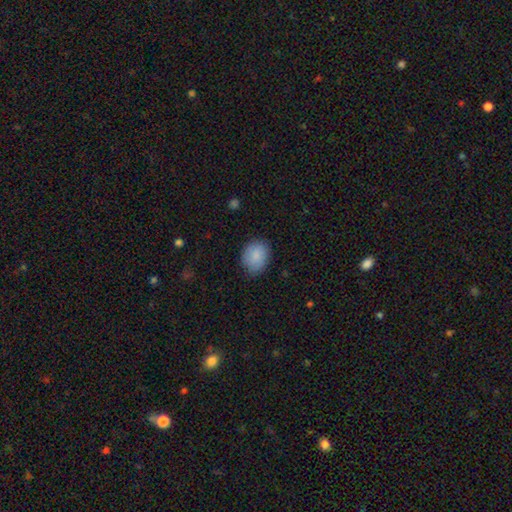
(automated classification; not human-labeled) smooth 87%, star or artifact 7%, featured or disk 6%. Down the decision tree: how rounded — in between (56%); merging — none (80%).